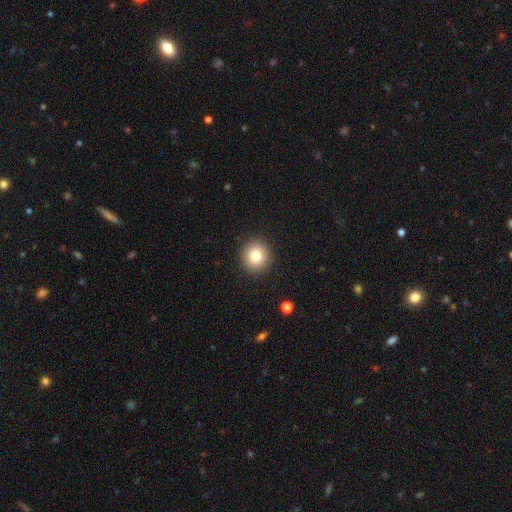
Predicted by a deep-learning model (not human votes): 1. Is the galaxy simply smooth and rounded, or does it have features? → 83% smooth, 9% star or artifact, 8% featured or disk.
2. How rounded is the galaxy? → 89% round, 10% in between, 1% cigar-shaped.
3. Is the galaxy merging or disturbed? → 91% none, 6% minor disturbance, 2% major disturbance, 1% merger.